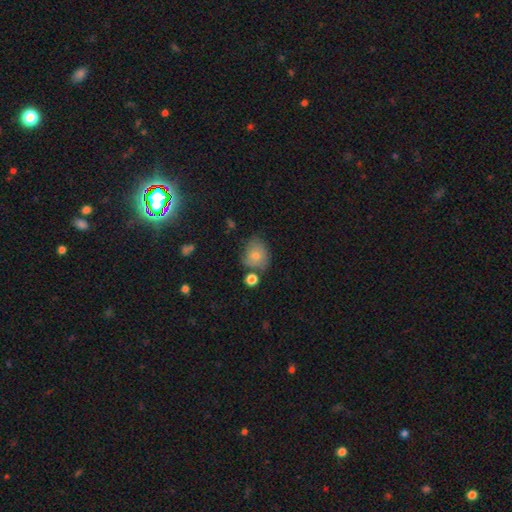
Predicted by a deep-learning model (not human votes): Smooth or featured: smooth — 75% (featured or disk — 16%)
How rounded: round — 61% (in between — 38%)
Merging: none — 55% (minor disturbance — 25%)